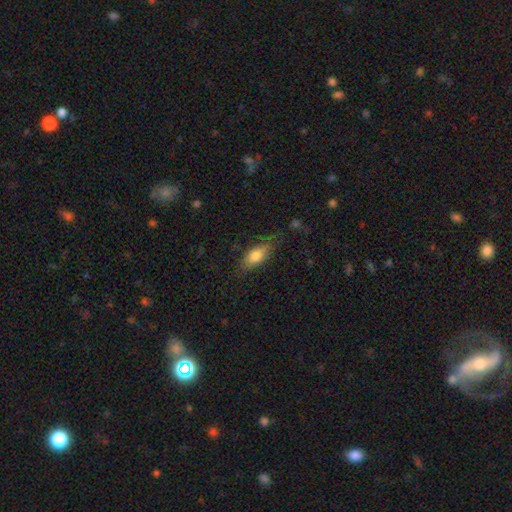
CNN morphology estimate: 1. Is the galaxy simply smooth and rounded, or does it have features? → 73% smooth, 20% featured or disk, 7% star or artifact.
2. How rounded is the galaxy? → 78% in between, 19% cigar-shaped, 4% round.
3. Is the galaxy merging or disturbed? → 71% none, 21% minor disturbance, 6% major disturbance, 2% merger.